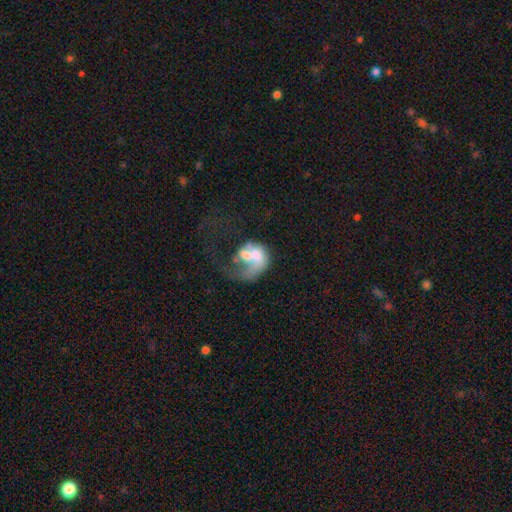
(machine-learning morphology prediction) type=featured or disk (56%); edge-on=no (98%); bar=no (77%); spiral arms=yes (51%); bulge=moderate (41%); merging=major disturbance (45%).